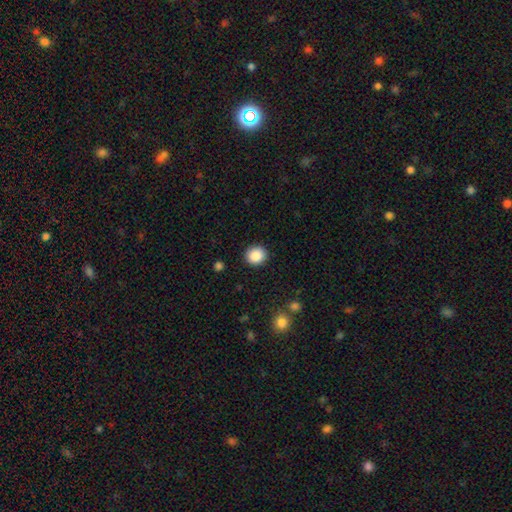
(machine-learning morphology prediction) Smooth or featured: smooth — 88% (star or artifact — 9%)
How rounded: round — 85% (in between — 14%)
Merging: none — 91% (minor disturbance — 6%)